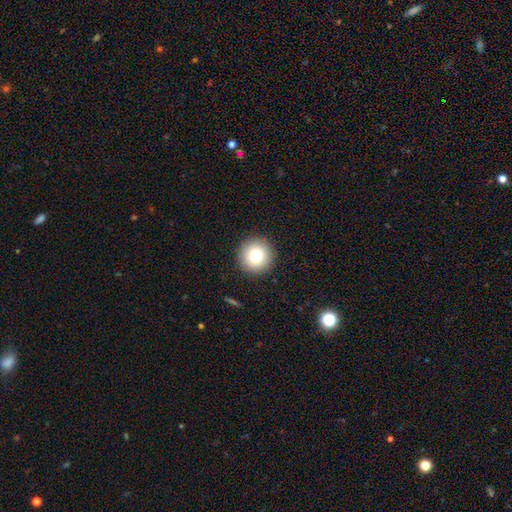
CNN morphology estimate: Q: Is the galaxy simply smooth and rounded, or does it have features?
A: smooth — 79%.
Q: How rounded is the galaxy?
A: round — 96%.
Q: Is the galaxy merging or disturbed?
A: none — 92%.